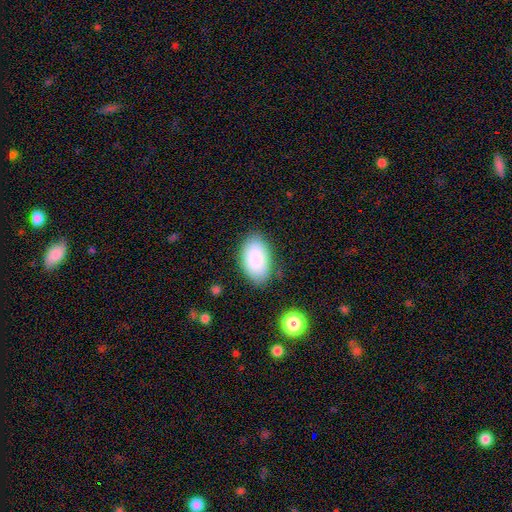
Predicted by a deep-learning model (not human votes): This appears to be a smooth galaxy with no disk features (87%) that is in between round and cigar-shaped (94%). Merging: none (82%).